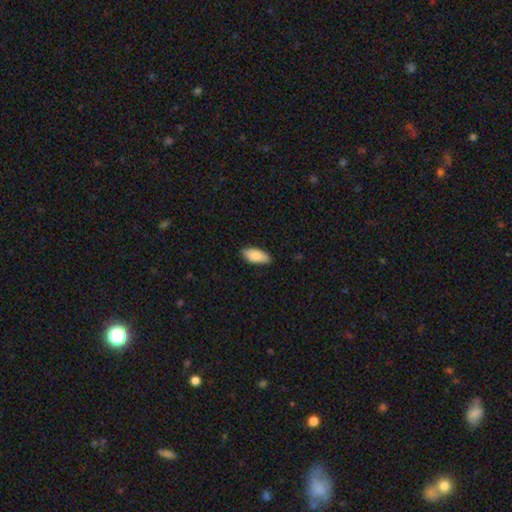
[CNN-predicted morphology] A smooth galaxy with no disk features (86%) that is in between round and cigar-shaped (87%).

Vote fractions:
- Smooth or featured? smooth: 86% / featured or disk: 8% / star or artifact: 6%
- How rounded? in between: 87% / cigar-shaped: 11% / round: 2%
- Merging? none: 85% / minor disturbance: 12% / major disturbance: 2% / merger: 1%